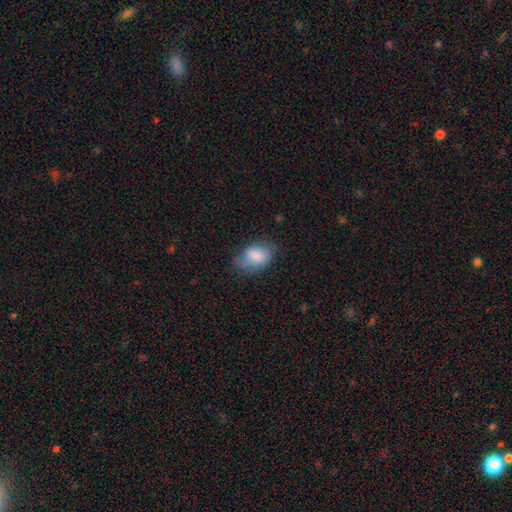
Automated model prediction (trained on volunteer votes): Morphology: type=smooth (78%); roundness=in between (85%); merging=none (54%).